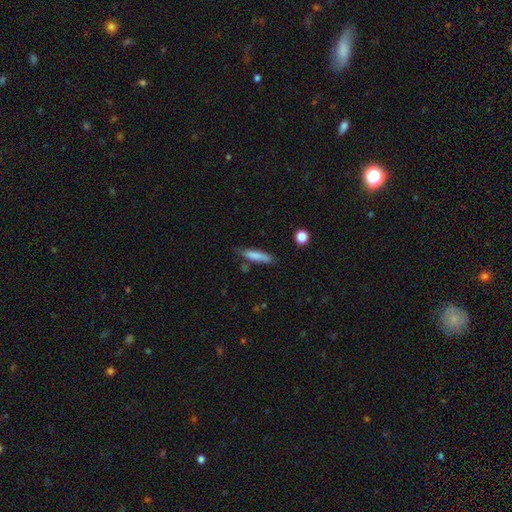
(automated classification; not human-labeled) A smooth galaxy with no disk features (81%) that is cigar-shaped (77%). Merging: none (70%).